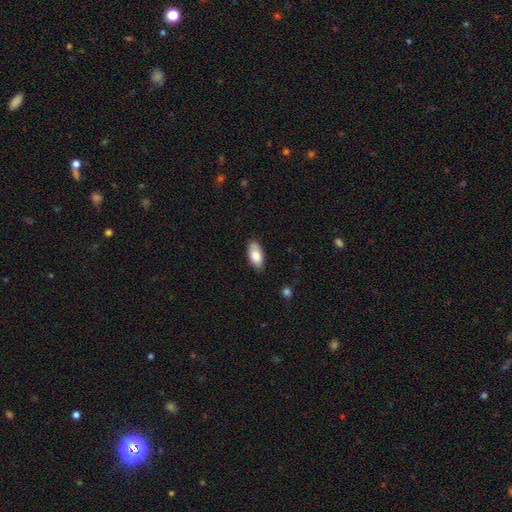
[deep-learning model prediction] A smooth galaxy with no disk features (83%) that is in between round and cigar-shaped (91%). Merging: none (77%).